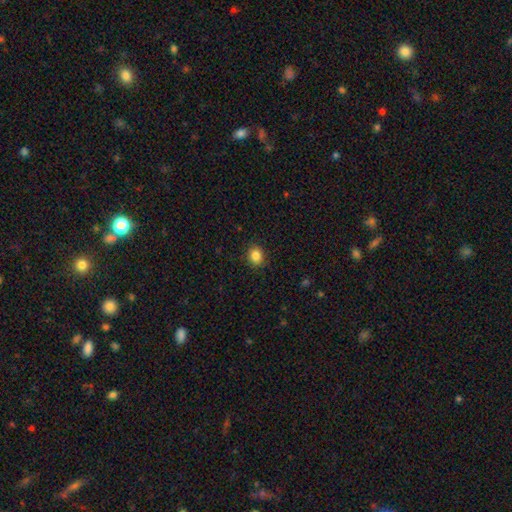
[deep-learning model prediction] Overall: smooth (85%). How rounded: round (58%; in between 41%). Merging: none (89%).